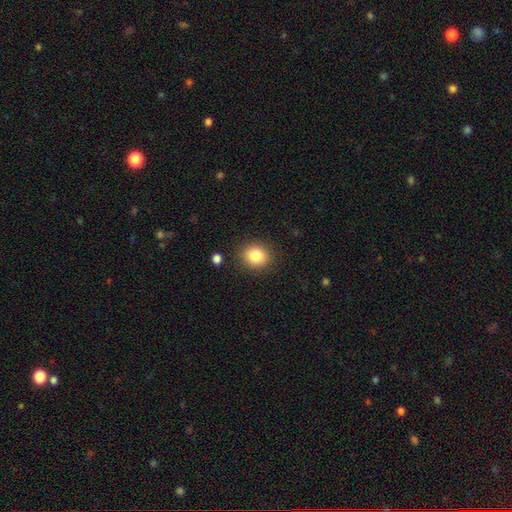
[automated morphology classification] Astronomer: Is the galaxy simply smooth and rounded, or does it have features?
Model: smooth — 83%.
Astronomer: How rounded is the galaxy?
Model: round — 81%.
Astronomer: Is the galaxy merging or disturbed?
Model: none — 88%.